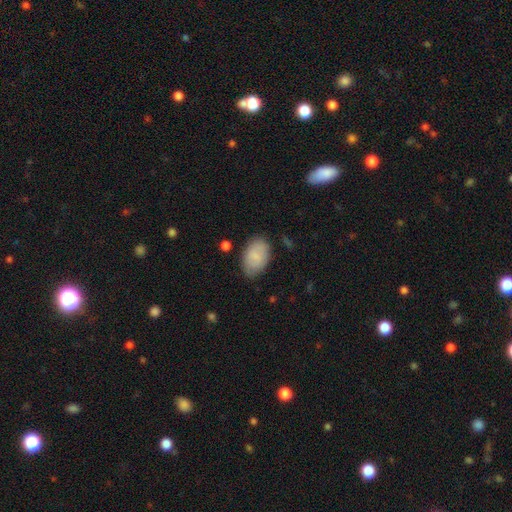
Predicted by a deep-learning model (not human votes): This appears to be a smooth galaxy with no disk features (81%) that is in between round and cigar-shaped (91%). Merging: none (77%).